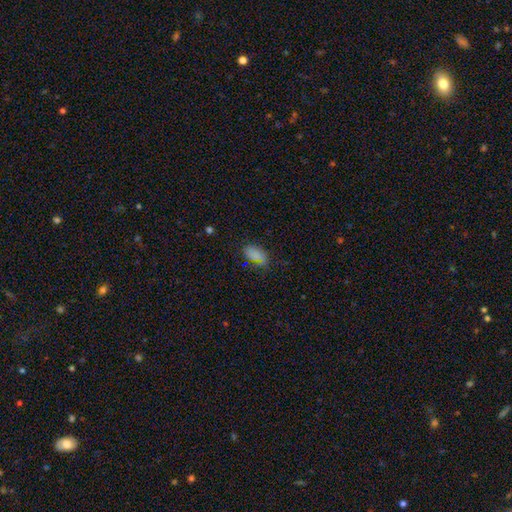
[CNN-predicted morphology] Smooth or featured? smooth (72%)
How rounded? in between (92%)
Merging? none (70%)